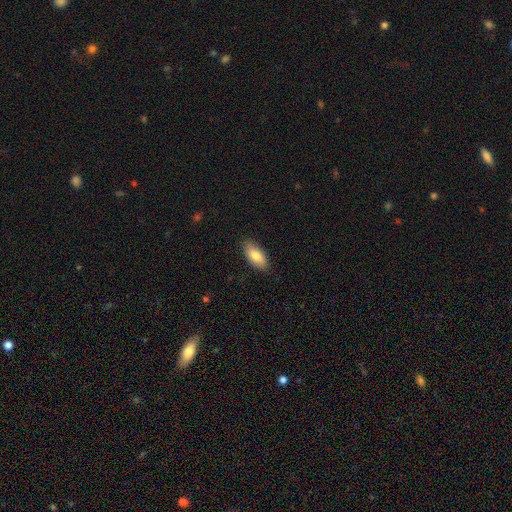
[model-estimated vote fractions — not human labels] Smooth or featured? Predicted: smooth (p=0.82). How rounded? Predicted: in between (p=0.85). Merging? Predicted: none (p=0.86).